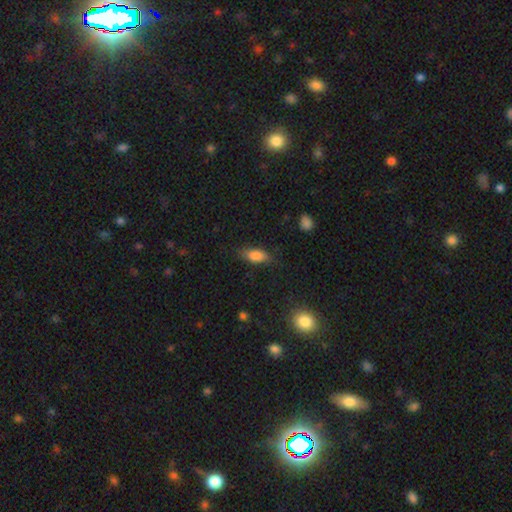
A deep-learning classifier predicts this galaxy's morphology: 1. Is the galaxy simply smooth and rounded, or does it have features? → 79% smooth, 12% featured or disk, 8% star or artifact.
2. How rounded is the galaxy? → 80% in between, 17% cigar-shaped, 3% round.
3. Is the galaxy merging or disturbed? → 78% none, 17% minor disturbance, 4% major disturbance, 1% merger.